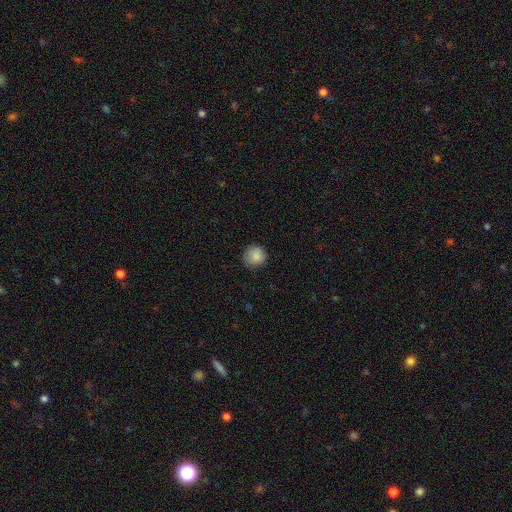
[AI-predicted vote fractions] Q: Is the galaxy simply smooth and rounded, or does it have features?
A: smooth — 86%.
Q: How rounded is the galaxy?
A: round — 91%.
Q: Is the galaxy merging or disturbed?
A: none — 81%.